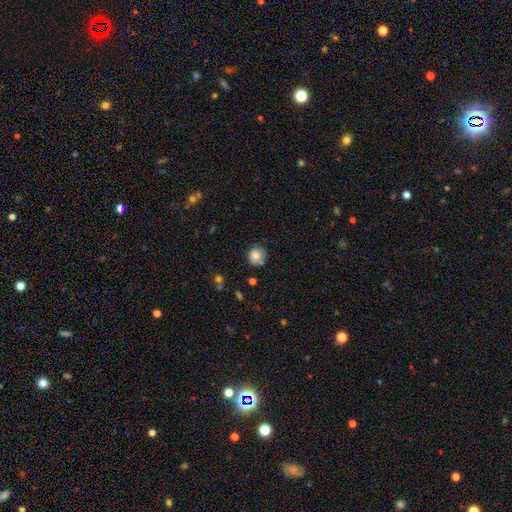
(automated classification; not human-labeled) Smooth or featured? Predicted: smooth (p=0.82). How rounded? Predicted: round (p=0.90). Merging? Predicted: none (p=0.76).